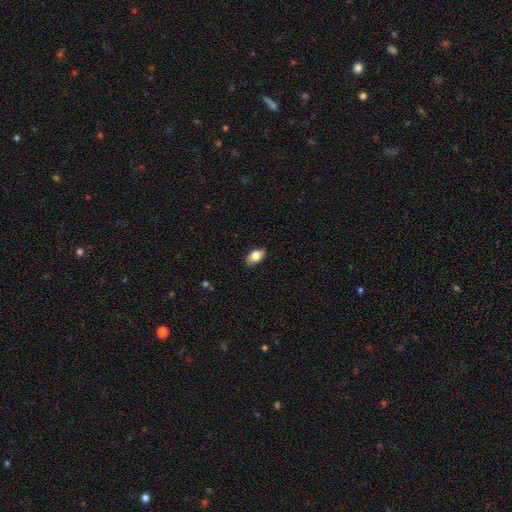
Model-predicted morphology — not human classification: Smooth or featured?
  - smooth: 80% *
  - featured or disk: 13%
  - star or artifact: 7%
How rounded?
  - in between: 90% *
  - round: 8%
  - cigar-shaped: 2%
Merging?
  - none: 85% *
  - minor disturbance: 12%
  - major disturbance: 2%
  - merger: 1%